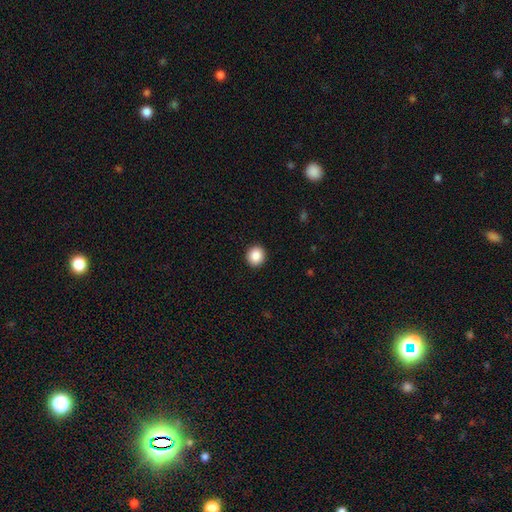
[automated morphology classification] This appears to be a smooth galaxy with no disk features (88%) that is round (89%). Merging: none (93%).